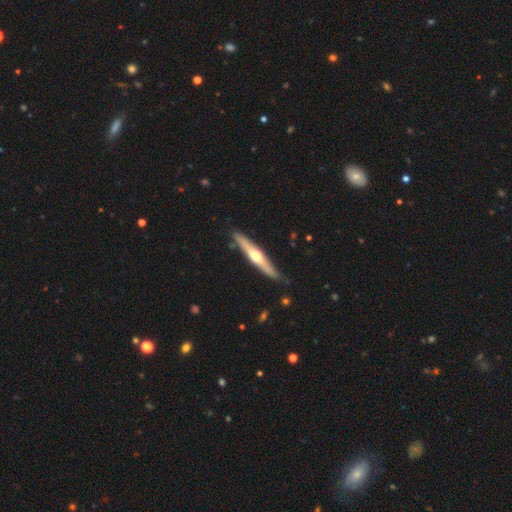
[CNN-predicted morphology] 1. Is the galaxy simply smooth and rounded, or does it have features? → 61% featured or disk, 34% smooth, 5% star or artifact.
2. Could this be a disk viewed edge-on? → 94% yes, 6% no.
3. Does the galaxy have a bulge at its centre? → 89% rounded, 7% none, 4% boxy.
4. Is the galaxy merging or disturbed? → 84% none, 12% minor disturbance, 2% major disturbance, 2% merger.